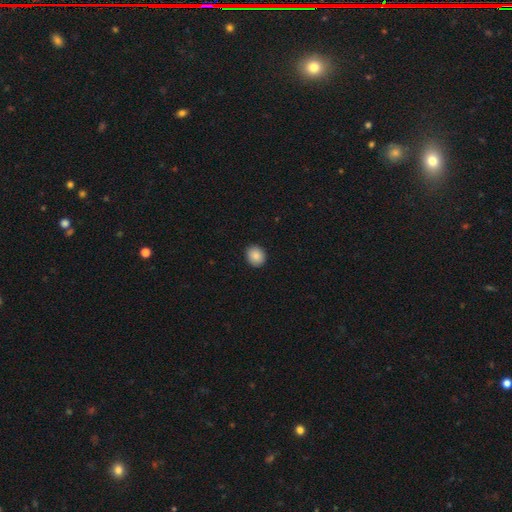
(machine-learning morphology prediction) Q: Smooth or featured?
A: smooth (88%); runner-up: star or artifact (8%)
Q: How rounded?
A: round (76%); runner-up: in between (23%)
Q: Merging?
A: none (91%); runner-up: minor disturbance (6%)